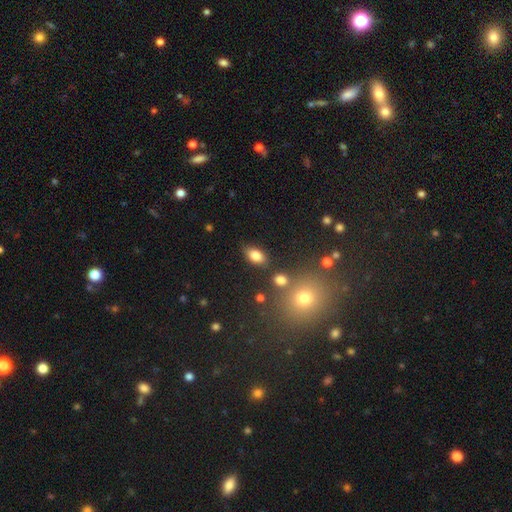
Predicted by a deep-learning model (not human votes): Morphology: type=smooth (81%); roundness=in between (88%); merging=none (80%).